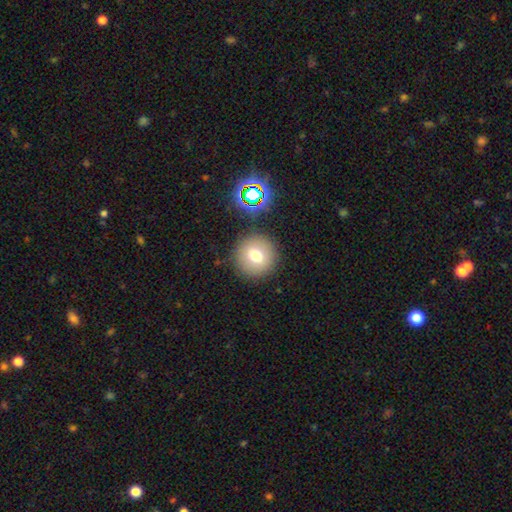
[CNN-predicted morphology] Smooth or featured? Predicted: smooth (p=0.72). How rounded? Predicted: round (p=0.95). Merging? Predicted: none (p=0.86).